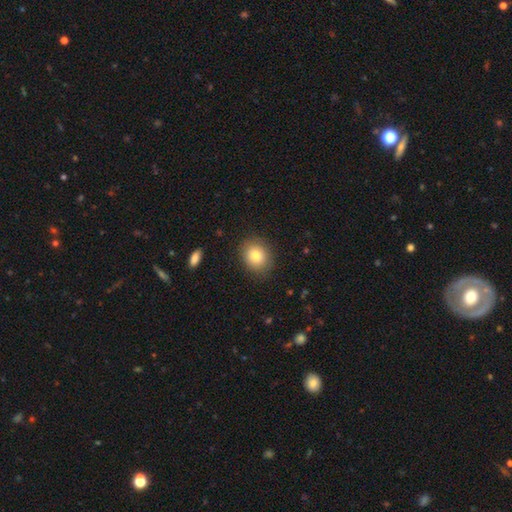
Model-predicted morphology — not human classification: type=smooth (80%); roundness=round (64%); merging=none (86%).